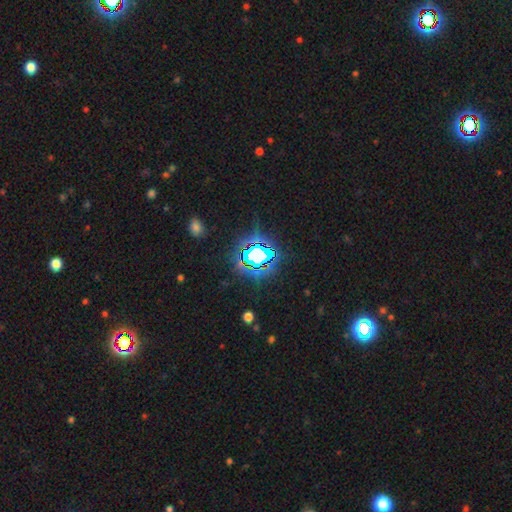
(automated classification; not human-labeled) Smooth or featured: star or artifact — 70% (smooth — 16%)